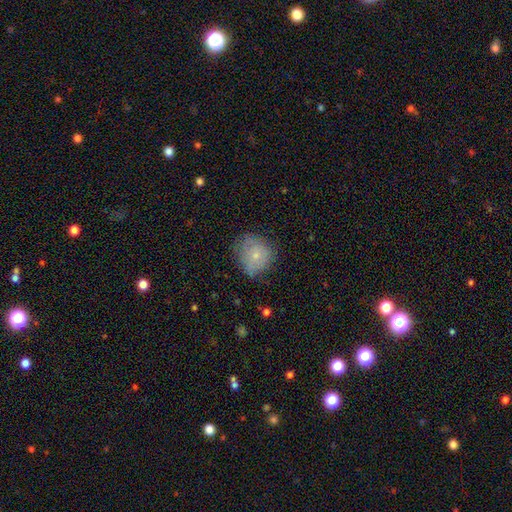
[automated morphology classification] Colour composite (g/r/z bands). It shows a smooth galaxy with no disk features (70%) that is round (78%). Merging: none (61%).